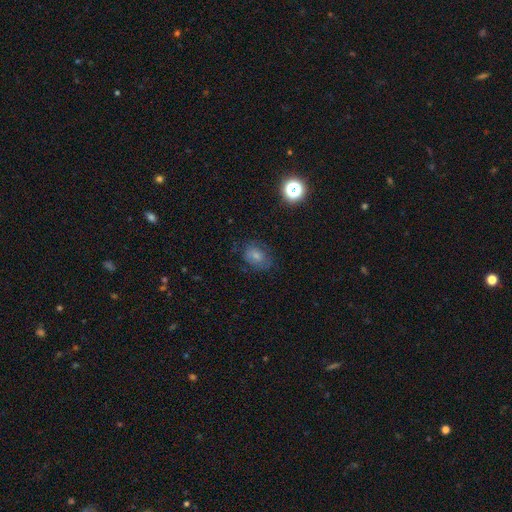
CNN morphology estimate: Smooth or featured?
  - smooth: 64% *
  - featured or disk: 22%
  - star or artifact: 14%
How rounded?
  - in between: 65% *
  - round: 33%
  - cigar-shaped: 1%
Merging?
  - none: 68% *
  - minor disturbance: 22%
  - major disturbance: 9%
  - merger: 1%